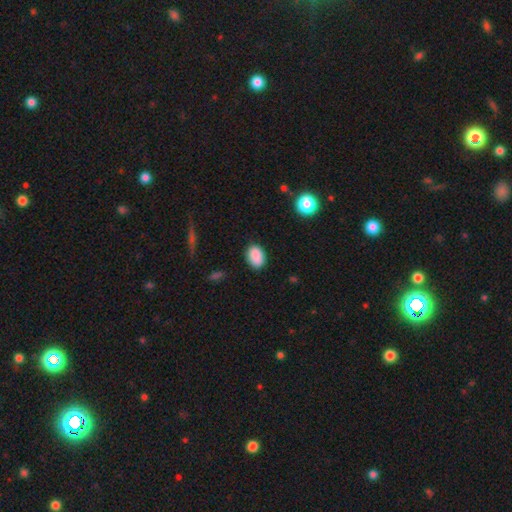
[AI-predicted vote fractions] Q: Smooth or featured?
A: smooth (88%); runner-up: star or artifact (8%)
Q: How rounded?
A: in between (81%); runner-up: round (18%)
Q: Merging?
A: none (84%); runner-up: minor disturbance (12%)